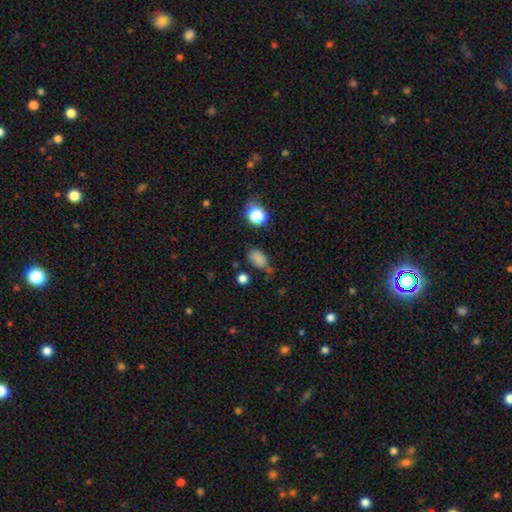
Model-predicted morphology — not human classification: A smooth galaxy with no disk features (45%). Merging: none (65%).